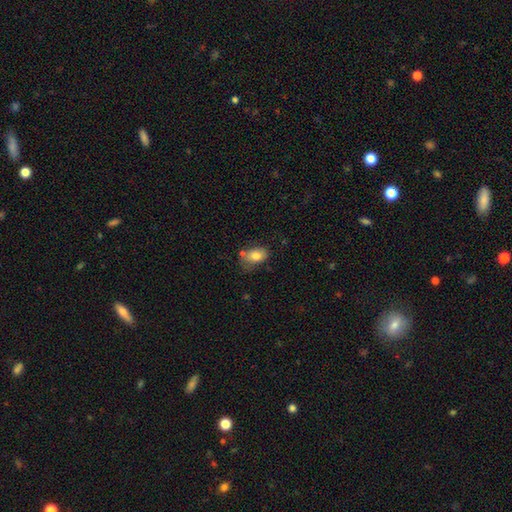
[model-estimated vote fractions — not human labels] Overall: smooth (79%). How rounded: in between (85%). Merging: none (57%; minor disturbance 26%).